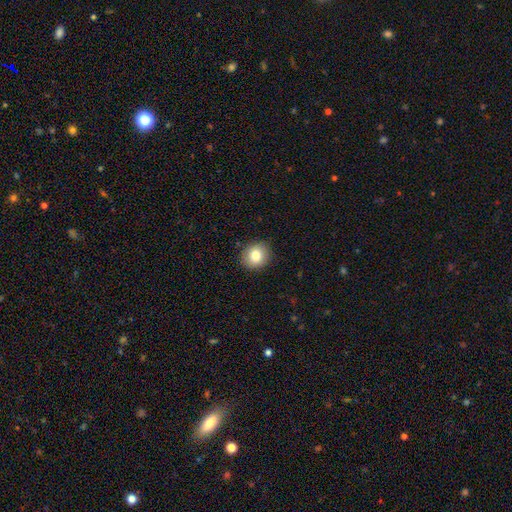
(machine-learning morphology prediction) smooth_or_featured: smooth (p=0.82) [alt: star or artifact p=0.09]
how_rounded: round (p=0.83) [alt: in between p=0.16]
merging: none (p=0.90) [alt: minor disturbance p=0.07]